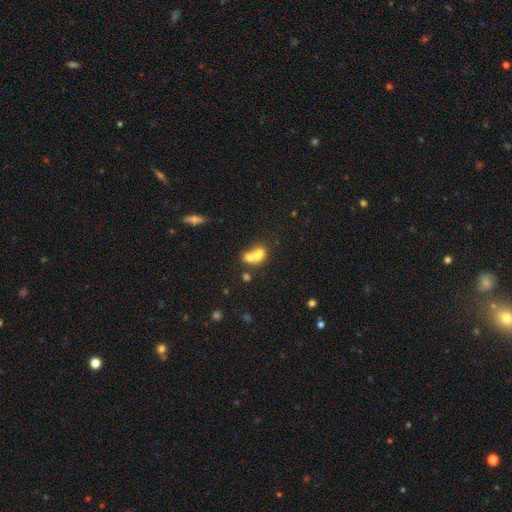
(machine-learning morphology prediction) This is likely a smooth galaxy (66%). How rounded: possibly in between (56%). Merging: likely merger (69%).